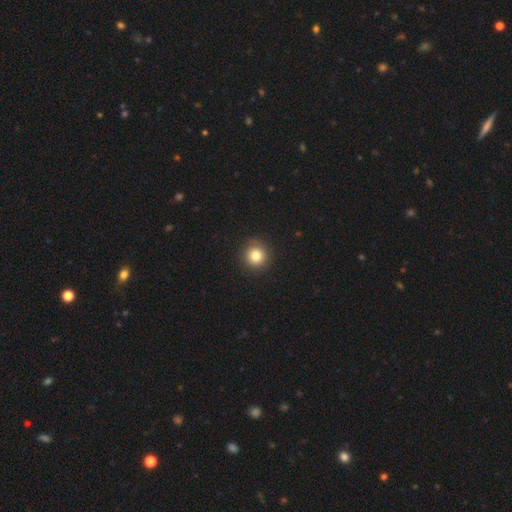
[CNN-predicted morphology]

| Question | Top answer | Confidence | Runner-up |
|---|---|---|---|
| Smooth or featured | smooth | 81% | star or artifact (11%) |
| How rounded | round | 94% | in between (5%) |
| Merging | none | 91% | minor disturbance (6%) |